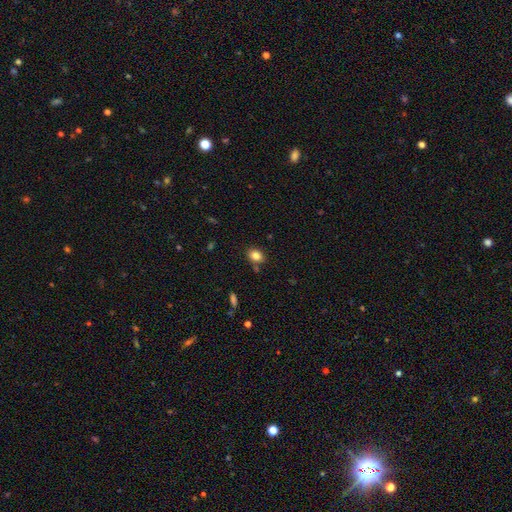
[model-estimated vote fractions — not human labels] Q: Smooth or featured?
A: smooth (84%); runner-up: star or artifact (10%)
Q: How rounded?
A: in between (61%); runner-up: round (38%)
Q: Merging?
A: none (79%); runner-up: minor disturbance (12%)